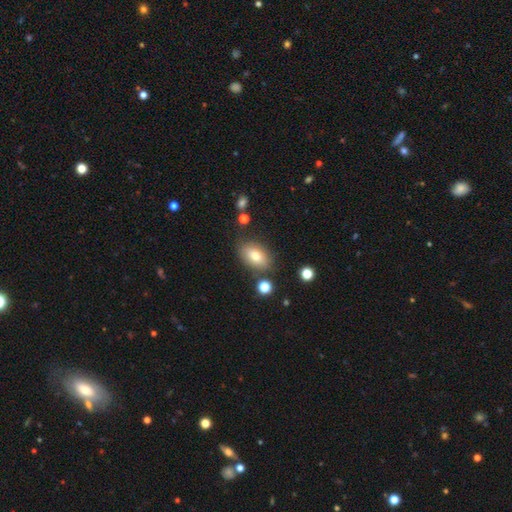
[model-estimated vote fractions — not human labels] Morphology: type=smooth (74%); roundness=in between (87%); merging=none (77%).